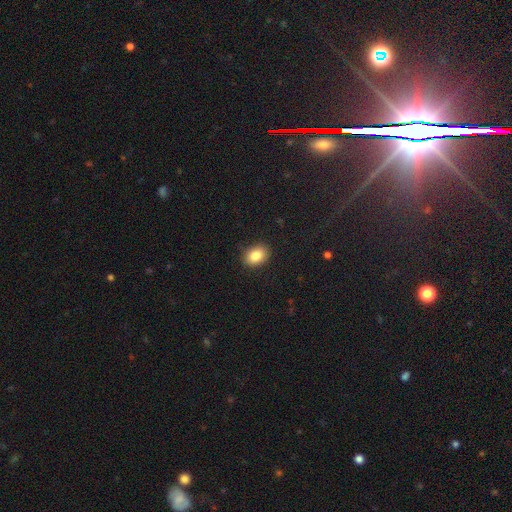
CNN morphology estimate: Smooth or featured? smooth (86%)
How rounded? in between (74%)
Merging? none (87%)